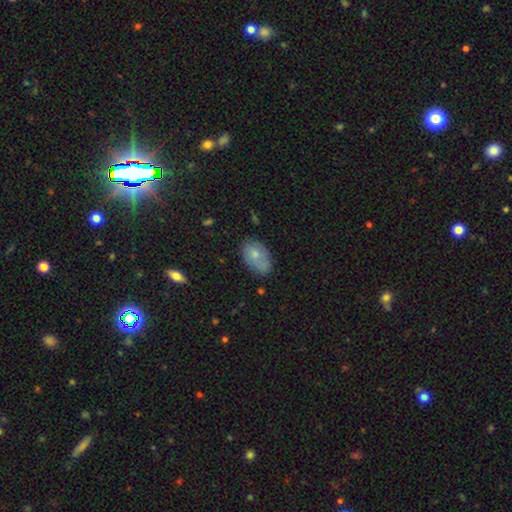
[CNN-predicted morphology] type=smooth (72%); roundness=in between (90%); merging=none (65%).